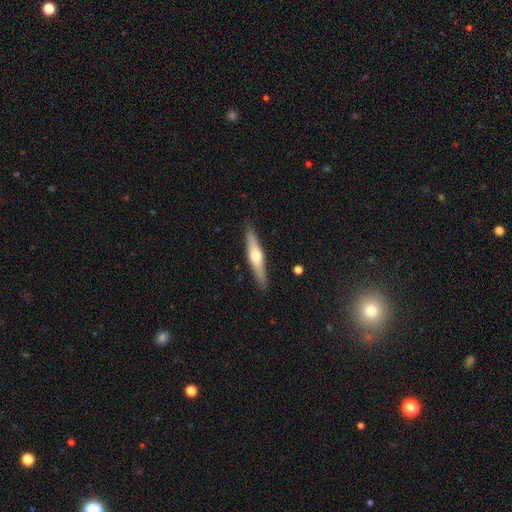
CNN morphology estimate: smooth_or_featured: featured or disk (p=0.55) [alt: smooth p=0.40]
disk_edge_on: yes (p=0.95) [alt: no p=0.05]
edge_on_bulge: rounded (p=0.91) [alt: none p=0.05]
merging: none (p=0.90) [alt: minor disturbance p=0.07]